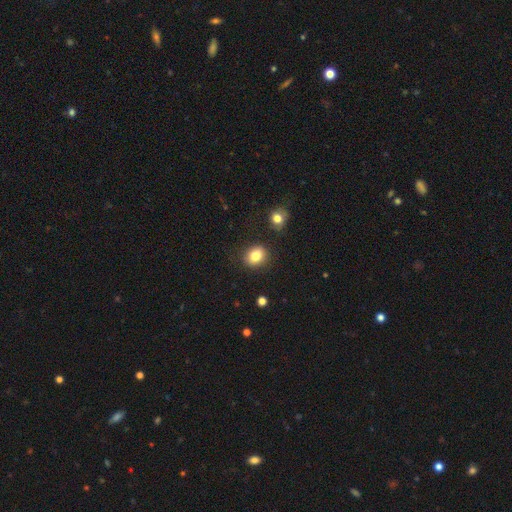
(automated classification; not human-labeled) smooth-or-featured: smooth: 83% | star or artifact: 10% | featured or disk: 7%
  how-rounded: round: 62% | in between: 37% | cigar-shaped: 1%
  merging: none: 85% | minor disturbance: 9% | merger: 3% | major disturbance: 3%